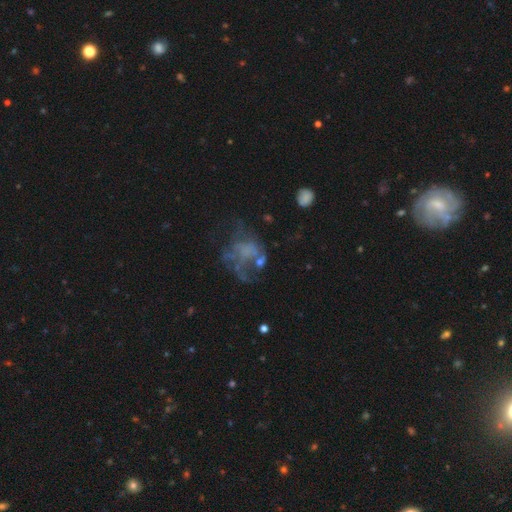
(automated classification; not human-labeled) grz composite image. It shows a featured or disk galaxy (59%) with no bar (87%), no spiral arms (68%) and no central bulge (71%). Merging: major disturbance (44%).